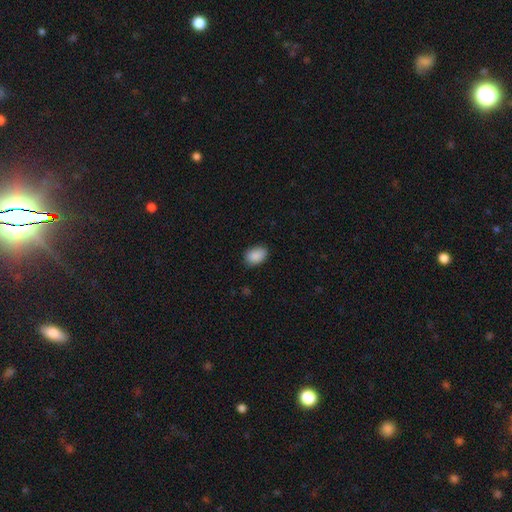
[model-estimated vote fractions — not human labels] smooth_or_featured: smooth (p=0.89) [alt: star or artifact p=0.07]
how_rounded: in between (p=0.84) [alt: round p=0.15]
merging: none (p=0.82) [alt: minor disturbance p=0.15]